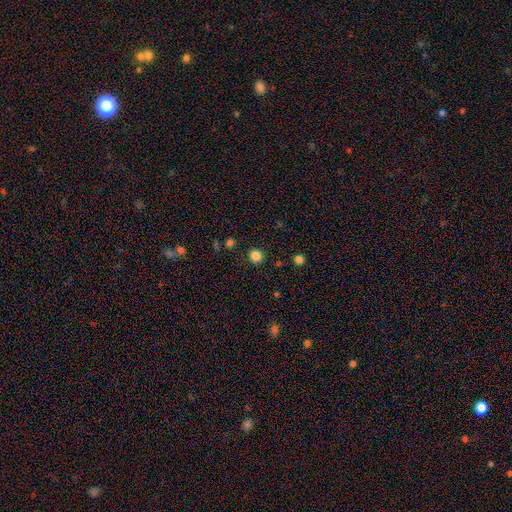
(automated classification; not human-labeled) Morphology: type=smooth (84%); roundness=round (92%); merging=none (91%).